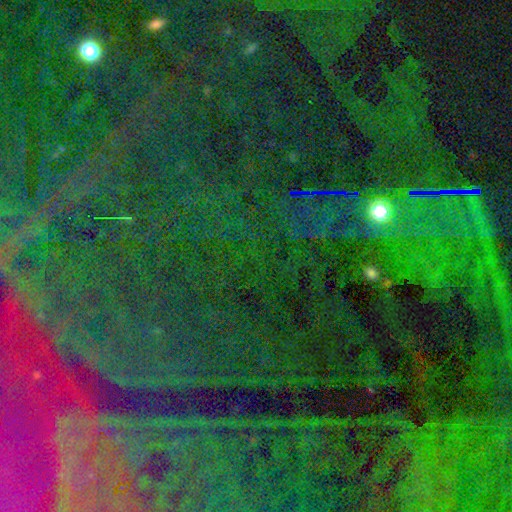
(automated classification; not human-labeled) A star or artifact, not a galaxy (82%).